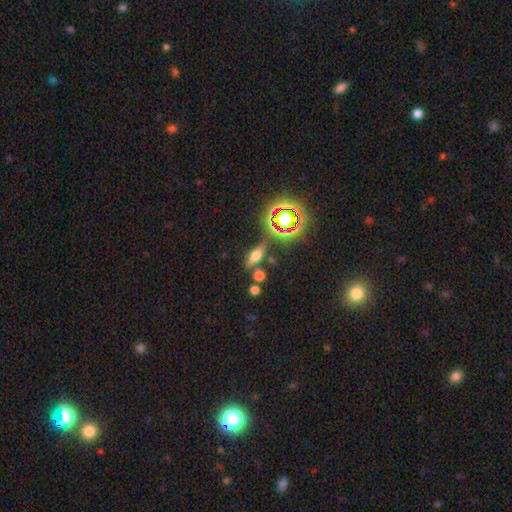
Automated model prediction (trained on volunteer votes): Smooth or featured? smooth (42%)
Merging? none (72%)